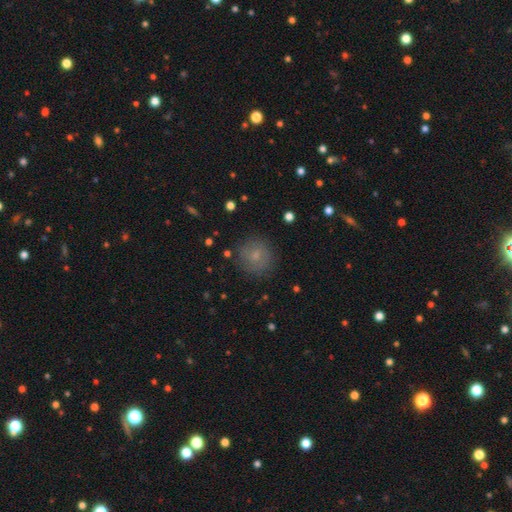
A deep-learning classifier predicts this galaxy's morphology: A smooth galaxy with no disk features (71%) that is round (91%).

Vote fractions:
- Smooth or featured? smooth: 71% / featured or disk: 16% / star or artifact: 13%
- How rounded? round: 91% / in between: 8% / cigar-shaped: 1%
- Merging? none: 82% / minor disturbance: 12% / major disturbance: 4% / merger: 1%